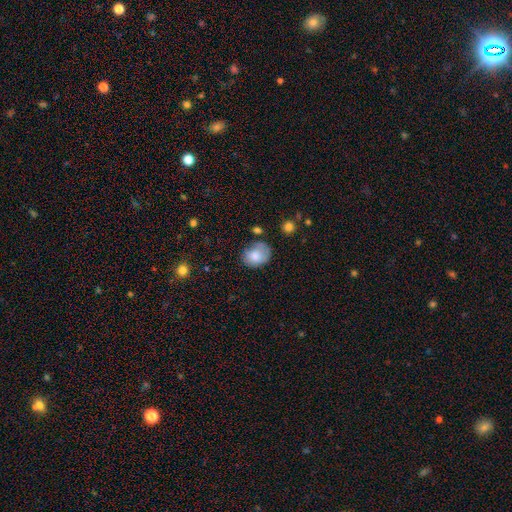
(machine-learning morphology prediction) Smooth or featured? smooth (77%)
How rounded? in between (58%)
Merging? none (52%)